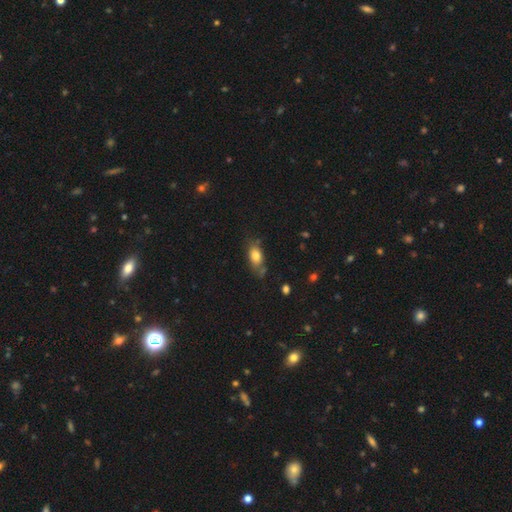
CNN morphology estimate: smooth-or-featured: smooth: 78% | featured or disk: 13% | star or artifact: 9%
  how-rounded: in between: 82% | round: 10% | cigar-shaped: 8%
  merging: none: 62% | minor disturbance: 25% | merger: 7% | major disturbance: 7%